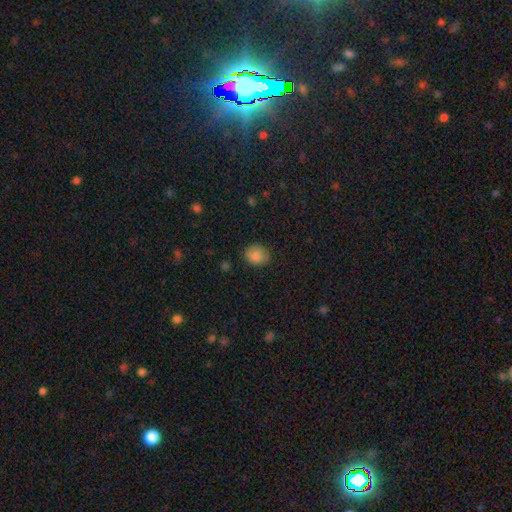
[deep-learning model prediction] Smooth or featured? Predicted: smooth (p=0.86). How rounded? Predicted: round (p=0.73). Merging? Predicted: none (p=0.78).